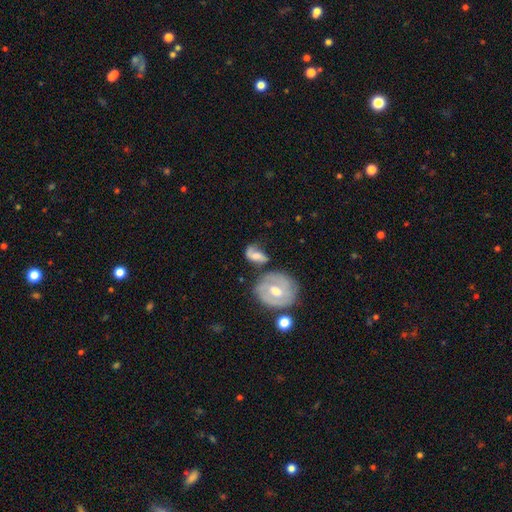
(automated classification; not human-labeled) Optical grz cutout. It shows a featured or disk galaxy (52%). Merging: none (40%).